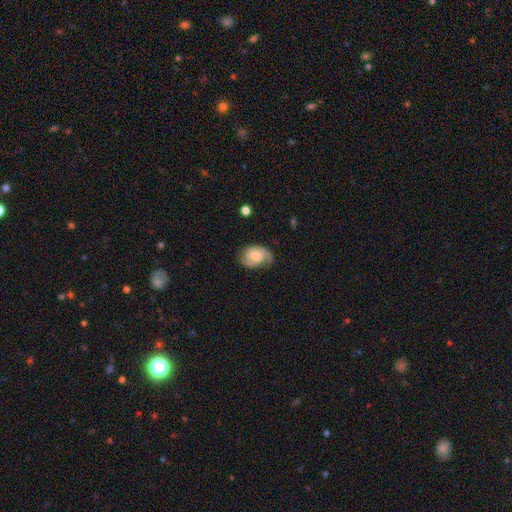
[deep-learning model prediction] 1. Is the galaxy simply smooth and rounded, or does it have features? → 49% featured or disk, 44% smooth, 7% star or artifact.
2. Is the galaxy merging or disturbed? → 53% none, 31% minor disturbance, 15% major disturbance, 2% merger.